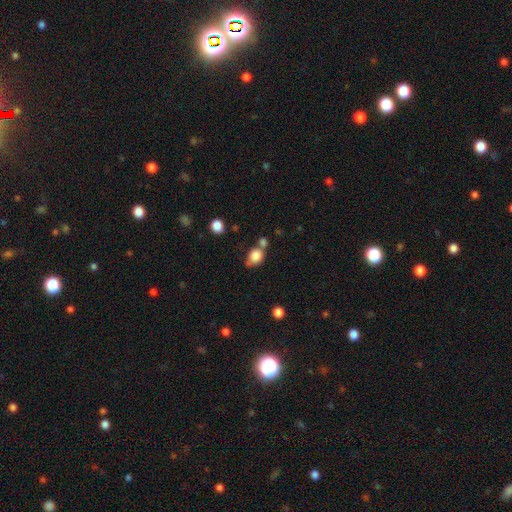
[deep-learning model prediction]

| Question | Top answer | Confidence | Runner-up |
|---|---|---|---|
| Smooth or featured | smooth | 83% | star or artifact (9%) |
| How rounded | round | 57% | in between (41%) |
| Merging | none | 48% | merger (29%) |